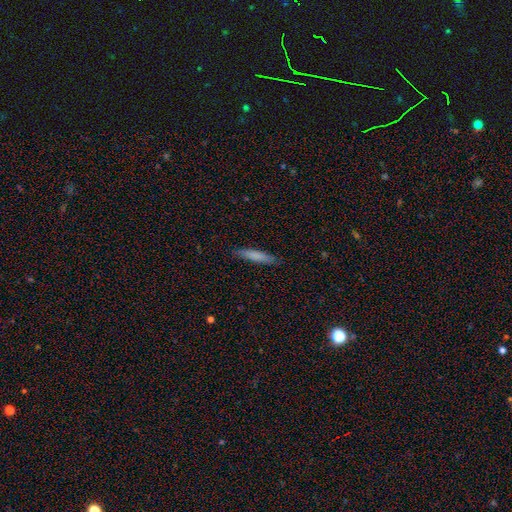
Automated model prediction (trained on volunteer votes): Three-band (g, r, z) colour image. It shows a smooth galaxy with no disk features (78%) that is cigar-shaped (89%). Merging: none (87%).